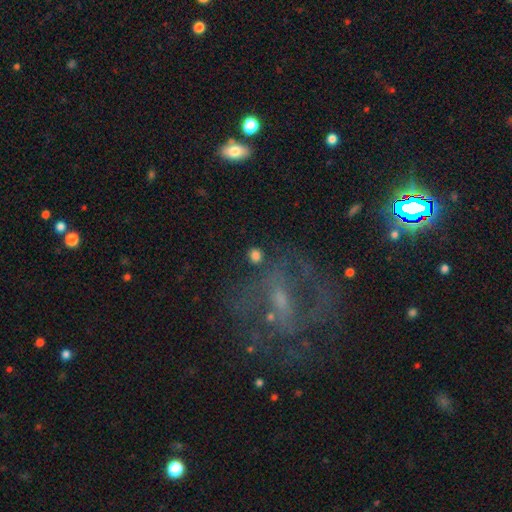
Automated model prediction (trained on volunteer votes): The model was most divided on "smooth or featured": smooth: 78%, star or artifact: 13%, featured or disk: 9%. More confident: merging — none (83%); how rounded — round (82%).